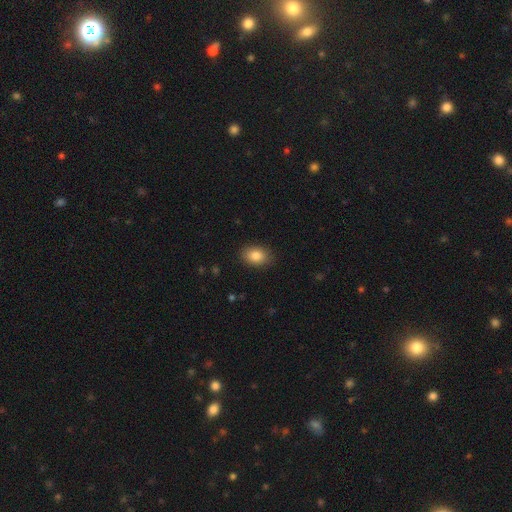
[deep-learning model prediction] Overall: smooth (85%). How rounded: in between (80%). Merging: none (87%).